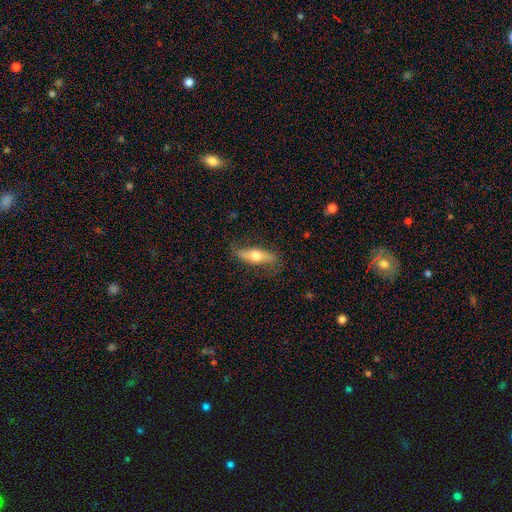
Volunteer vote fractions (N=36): smooth_or_featured: smooth (p=0.58) [alt: featured or disk p=0.36]
how_rounded: in between (p=0.67) [alt: cigar-shaped p=0.33]
merging: none (p=0.68) [alt: minor disturbance p=0.21]